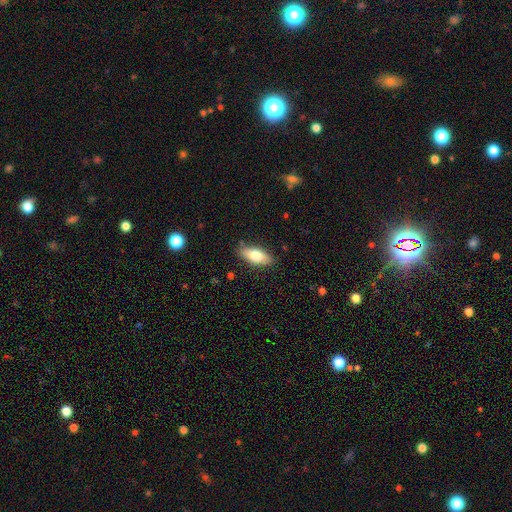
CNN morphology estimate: Overall: smooth (71%). How rounded: in between (78%). Merging: none (85%).